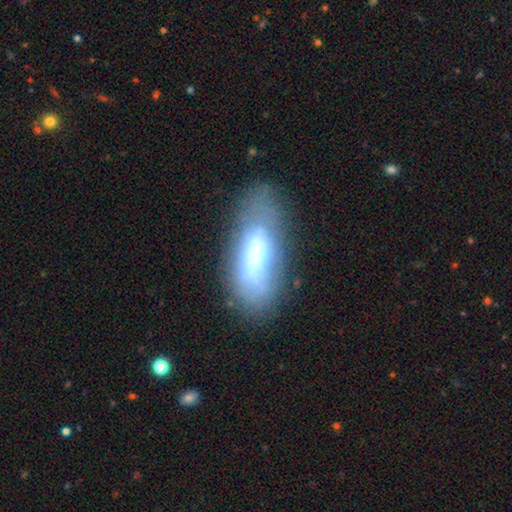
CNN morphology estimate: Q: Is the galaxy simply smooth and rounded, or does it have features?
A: smooth — 51%.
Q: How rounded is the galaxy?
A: in between — 72%.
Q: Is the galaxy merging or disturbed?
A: none — 56%.